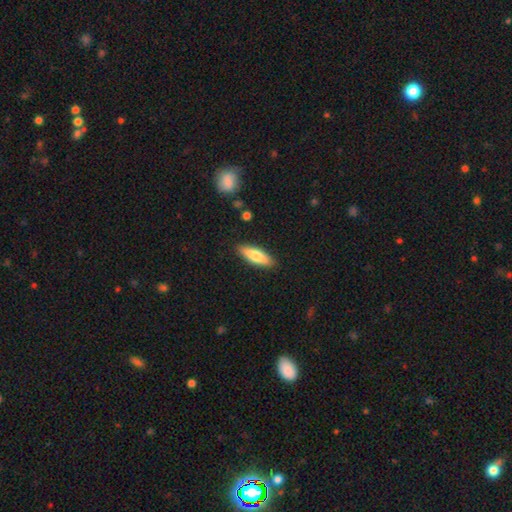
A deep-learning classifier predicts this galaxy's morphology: type=smooth (74%); roundness=in between (50%); merging=none (88%).